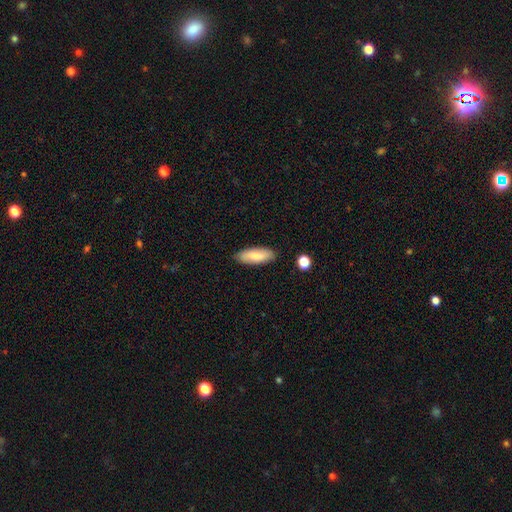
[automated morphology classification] Smooth or featured? Predicted: smooth (p=0.76). How rounded? Predicted: in between (p=0.68). Merging? Predicted: none (p=0.86).